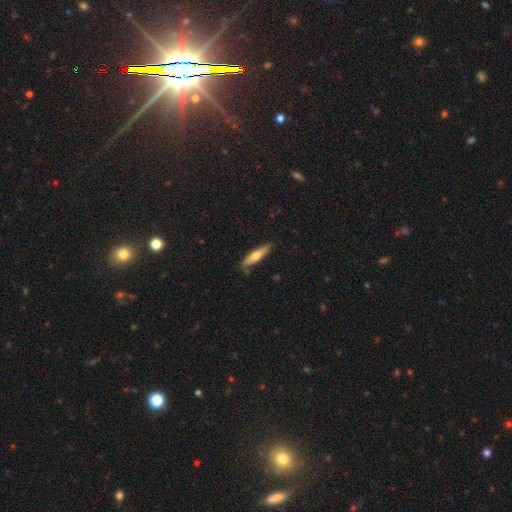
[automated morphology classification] Smooth or featured? Predicted: smooth (p=0.60). How rounded? Predicted: cigar-shaped (p=0.83). Merging? Predicted: none (p=0.77).